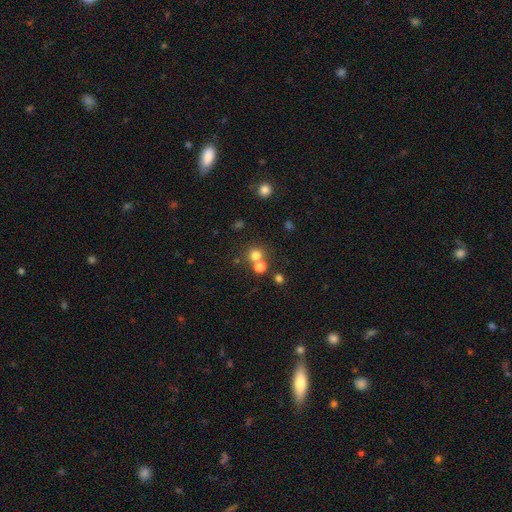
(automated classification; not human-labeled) Smooth or featured?
  - smooth: 73% *
  - star or artifact: 18%
  - featured or disk: 9%
How rounded?
  - round: 88% *
  - in between: 11%
  - cigar-shaped: 1%
Merging?
  - none: 59% *
  - merger: 30%
  - minor disturbance: 7%
  - major disturbance: 3%